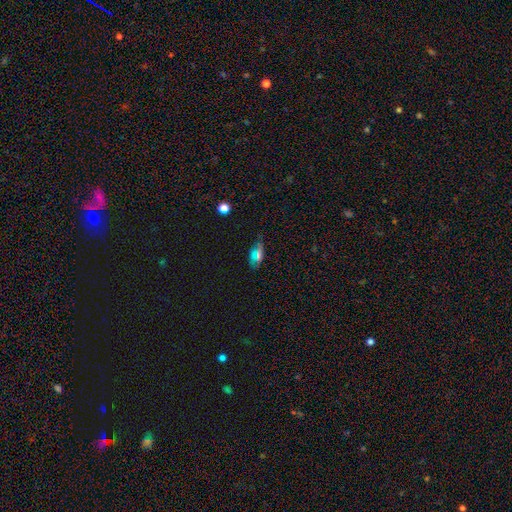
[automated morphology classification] Smooth or featured? smooth (53%)
How rounded? in between (83%)
Merging? none (78%)